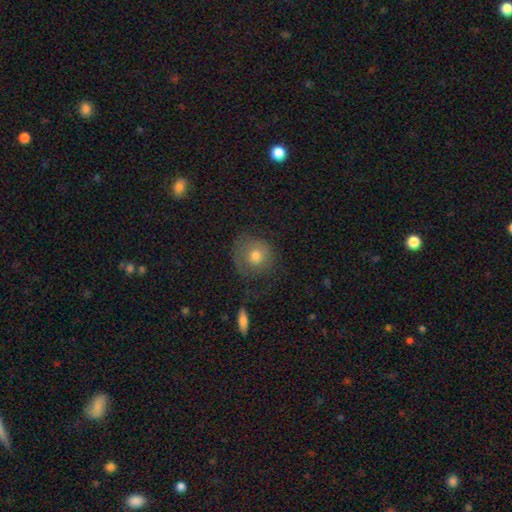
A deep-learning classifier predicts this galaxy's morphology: A smooth galaxy with no disk features (65%) that is round (86%). Merging: none (59%).